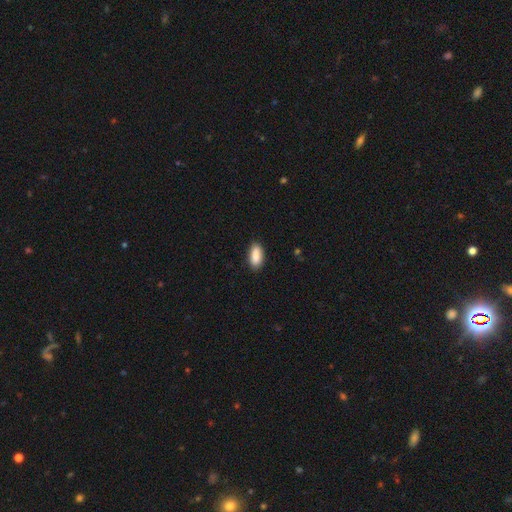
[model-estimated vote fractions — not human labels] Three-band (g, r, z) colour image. It shows a smooth galaxy with no disk features (88%) that is in between round and cigar-shaped (86%). Merging: none (85%).